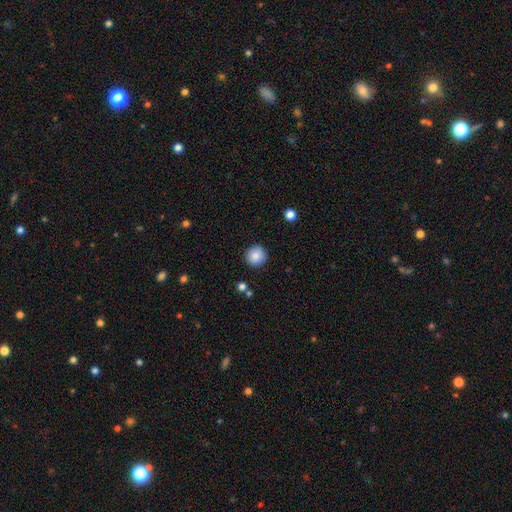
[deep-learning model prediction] Morphology: type=smooth (86%); roundness=round (94%); merging=none (91%).